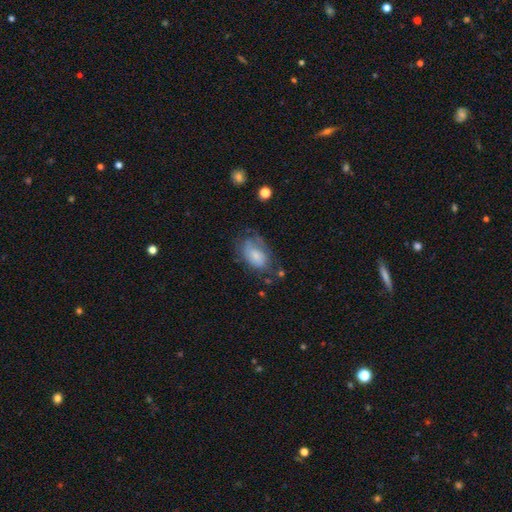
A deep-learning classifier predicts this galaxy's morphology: Smooth or featured?
  - smooth: 56% *
  - featured or disk: 37%
  - star or artifact: 8%
How rounded?
  - in between: 89% *
  - round: 9%
  - cigar-shaped: 2%
Merging?
  - none: 44% *
  - minor disturbance: 30%
  - major disturbance: 22%
  - merger: 3%